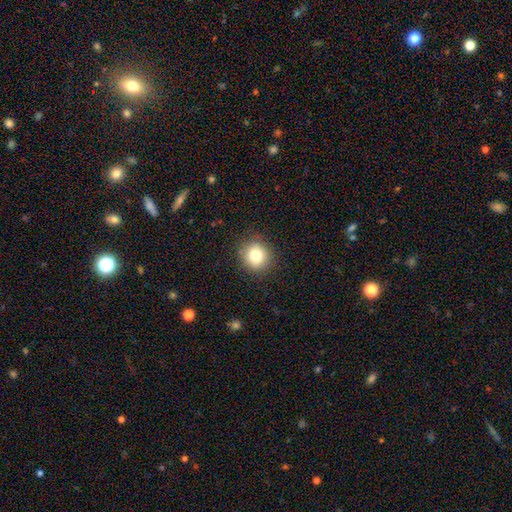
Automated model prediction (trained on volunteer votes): smooth_or_featured: smooth (p=0.80) [alt: star or artifact p=0.11]
how_rounded: round (p=0.90) [alt: in between p=0.09]
merging: none (p=0.89) [alt: minor disturbance p=0.07]